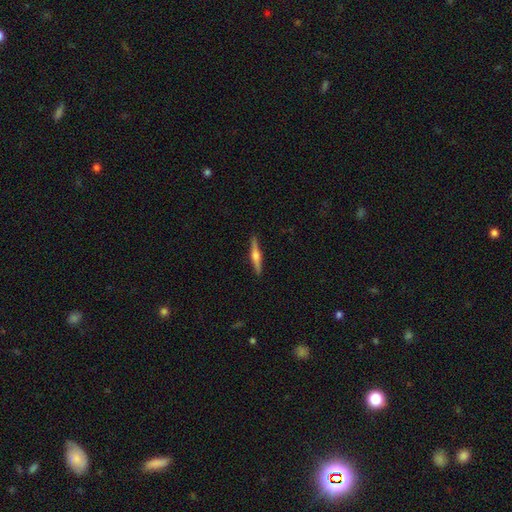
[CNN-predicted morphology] Smooth or featured?
  - featured or disk: 69% *
  - smooth: 25%
  - star or artifact: 5%
Edge-on disk?
  - yes: 98% *
  - no: 2%
Edge-on bulge?
  - rounded: 92% *
  - boxy: 4%
  - none: 3%
Merging?
  - none: 91% *
  - minor disturbance: 6%
  - major disturbance: 1%
  - merger: 1%